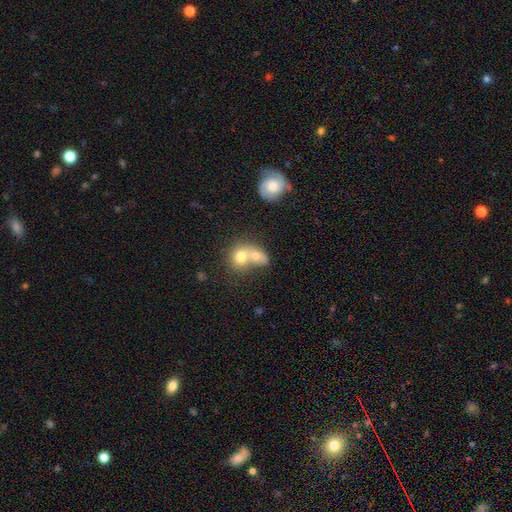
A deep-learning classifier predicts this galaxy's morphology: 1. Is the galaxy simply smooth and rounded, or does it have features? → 67% smooth, 23% featured or disk, 10% star or artifact.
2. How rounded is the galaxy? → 56% round, 43% in between, 1% cigar-shaped.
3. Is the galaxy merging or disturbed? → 72% merger, 18% none, 6% minor disturbance, 4% major disturbance.